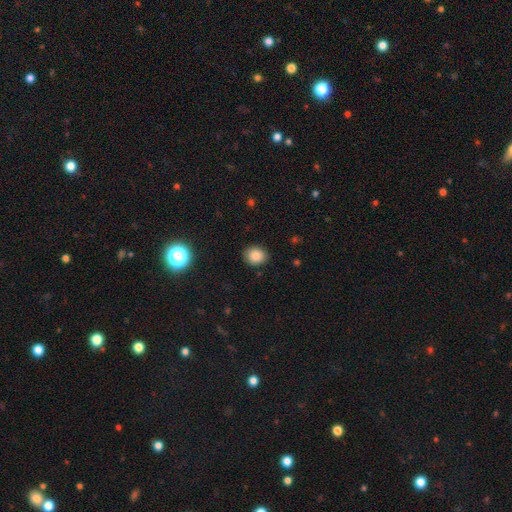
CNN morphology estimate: A smooth galaxy with no disk features (84%) that is round (60%). Merging: none (86%).